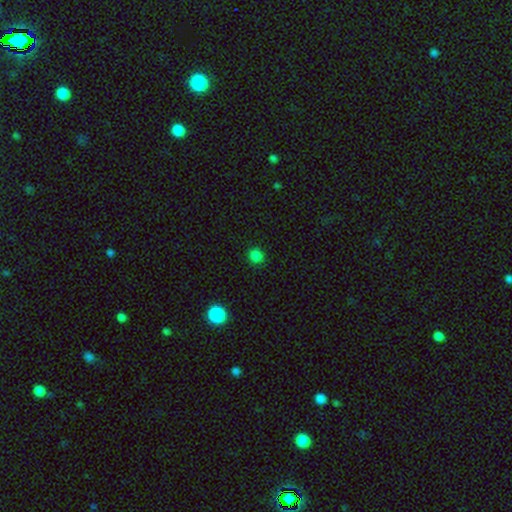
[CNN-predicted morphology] Q: Smooth or featured?
A: smooth (83%); runner-up: star or artifact (15%)
Q: How rounded?
A: round (92%); runner-up: in between (7%)
Q: Merging?
A: none (91%); runner-up: minor disturbance (6%)